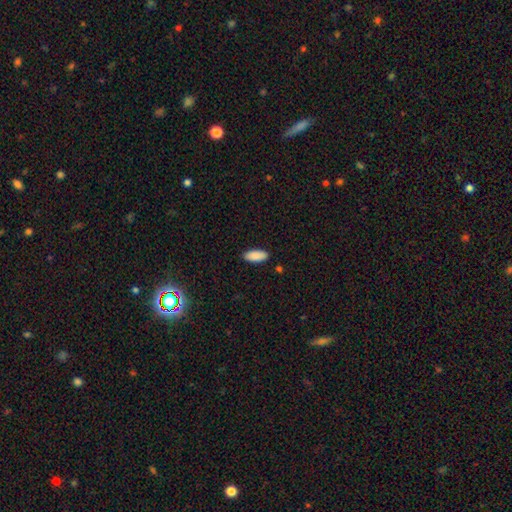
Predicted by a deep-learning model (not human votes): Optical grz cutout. It shows a smooth galaxy with no disk features (89%) that is in between round and cigar-shaped (85%). Merging: none (88%).